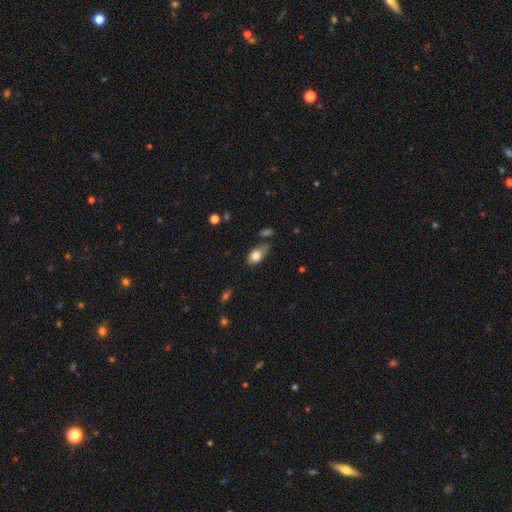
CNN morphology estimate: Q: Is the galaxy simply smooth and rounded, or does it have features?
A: smooth — 79%.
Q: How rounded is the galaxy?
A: in between — 83%.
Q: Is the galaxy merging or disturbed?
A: none — 46%.